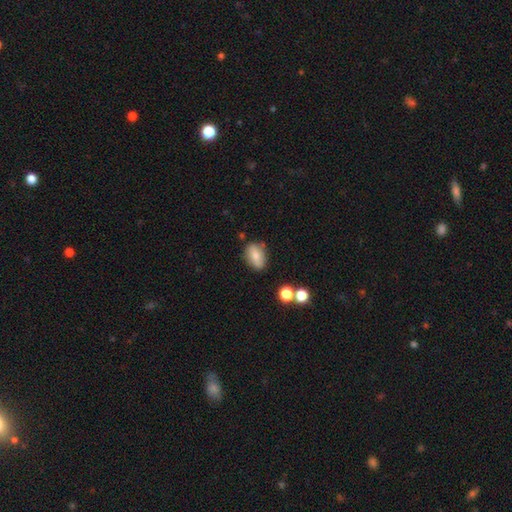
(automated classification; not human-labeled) Smooth or featured?
  - smooth: 74% *
  - featured or disk: 17%
  - star or artifact: 9%
How rounded?
  - in between: 83% *
  - round: 13%
  - cigar-shaped: 3%
Merging?
  - none: 76% *
  - minor disturbance: 16%
  - merger: 4%
  - major disturbance: 4%